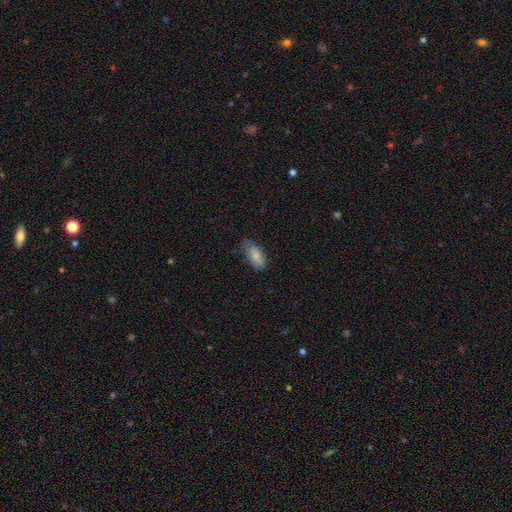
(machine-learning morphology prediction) This appears to be a smooth galaxy with no disk features (83%) that is in between round and cigar-shaped (87%). Merging: none (63%).